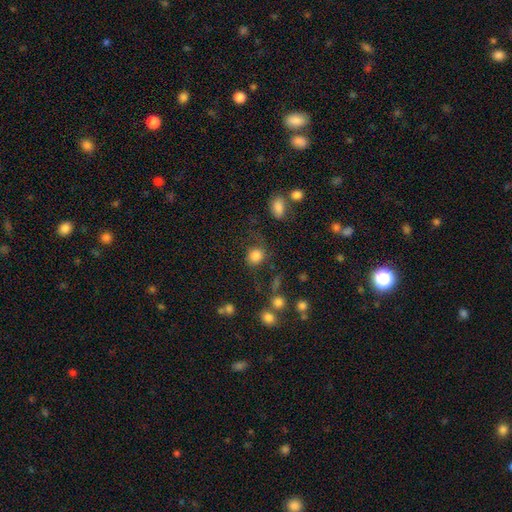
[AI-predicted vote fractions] Q: Smooth or featured?
A: smooth (83%); runner-up: star or artifact (11%)
Q: How rounded?
A: round (79%); runner-up: in between (20%)
Q: Merging?
A: none (69%); runner-up: minor disturbance (17%)